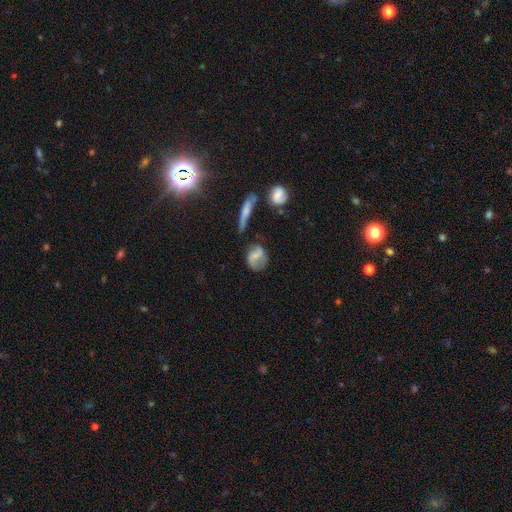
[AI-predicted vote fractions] This is possibly a smooth galaxy (47%). Merging: possibly none (53%).